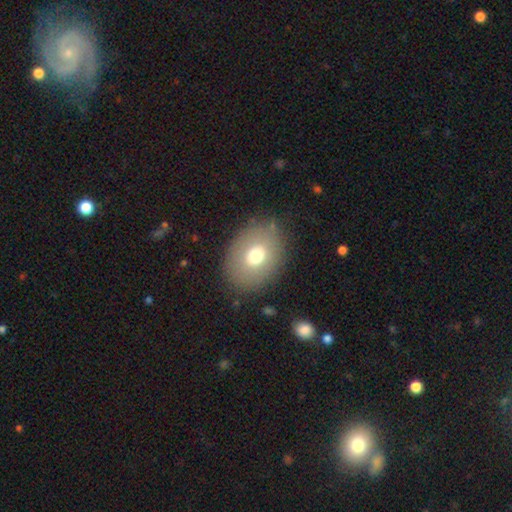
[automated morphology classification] smooth 71%, featured or disk 19%, star or artifact 11%. Down the decision tree: how rounded — in between (66%); merging — none (84%).